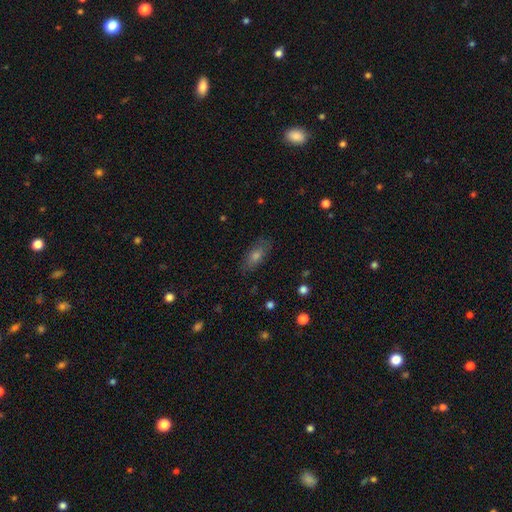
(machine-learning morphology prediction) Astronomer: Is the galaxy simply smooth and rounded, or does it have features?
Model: smooth — 59%.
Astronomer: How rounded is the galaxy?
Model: in between — 74%.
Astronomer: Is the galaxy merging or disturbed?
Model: none — 83%.